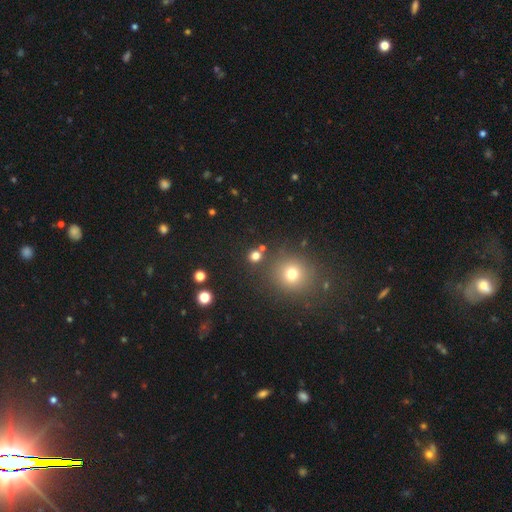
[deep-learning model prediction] Overall: smooth (74%). How rounded: round (87%). Merging: none (83%).